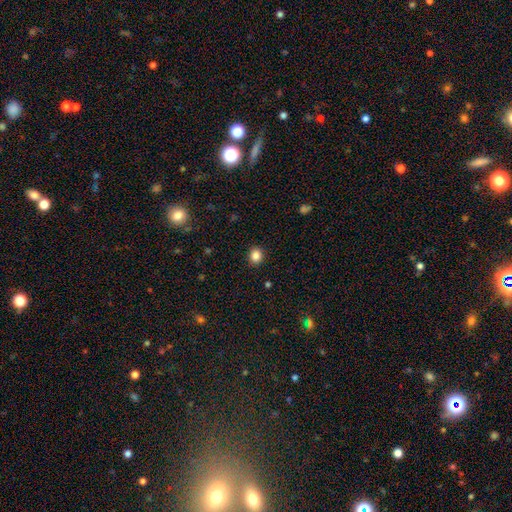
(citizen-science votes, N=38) Volunteers were most divided on "how rounded": round: 82%, in between: 18%, cigar-shaped: 0%. More confident: merging — none (97%); smooth or featured — smooth (87%).